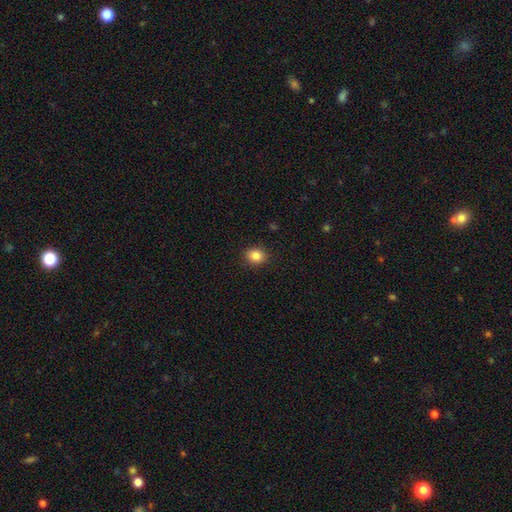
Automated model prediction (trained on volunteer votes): A smooth galaxy with no disk features (84%) that is round (66%).

Vote fractions:
- Smooth or featured? smooth: 84% / star or artifact: 10% / featured or disk: 5%
- How rounded? round: 66% / in between: 33% / cigar-shaped: 1%
- Merging? none: 90% / minor disturbance: 7% / major disturbance: 2% / merger: 1%